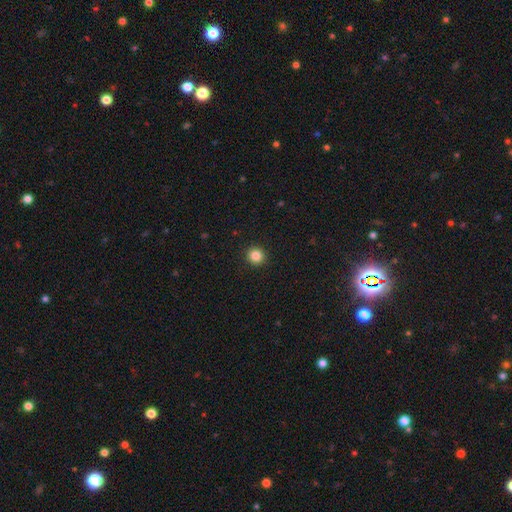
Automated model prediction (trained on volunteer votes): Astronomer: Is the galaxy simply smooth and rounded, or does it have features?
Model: smooth — 85%.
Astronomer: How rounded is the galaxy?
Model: round — 93%.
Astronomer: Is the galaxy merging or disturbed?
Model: none — 93%.